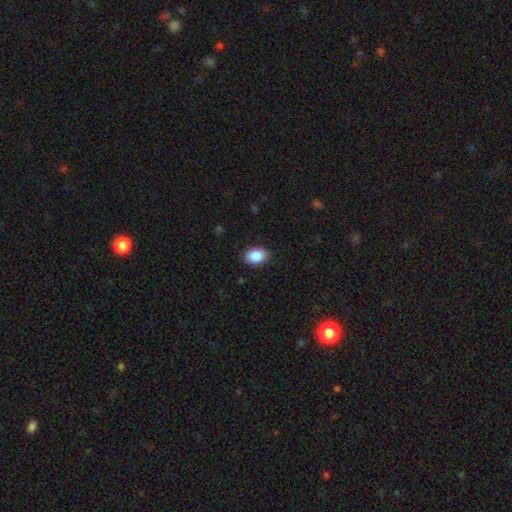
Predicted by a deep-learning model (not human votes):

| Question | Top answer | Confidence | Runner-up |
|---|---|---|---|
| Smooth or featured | smooth | 89% | star or artifact (7%) |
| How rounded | in between | 83% | round (16%) |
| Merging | none | 88% | minor disturbance (9%) |